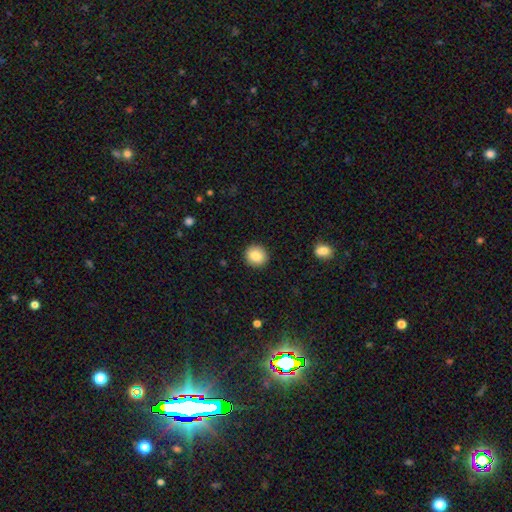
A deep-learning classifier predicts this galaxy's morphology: smooth-or-featured: smooth: 86% | star or artifact: 9% | featured or disk: 6%
  how-rounded: round: 87% | in between: 12% | cigar-shaped: 1%
  merging: none: 91% | minor disturbance: 6% | major disturbance: 2% | merger: 1%